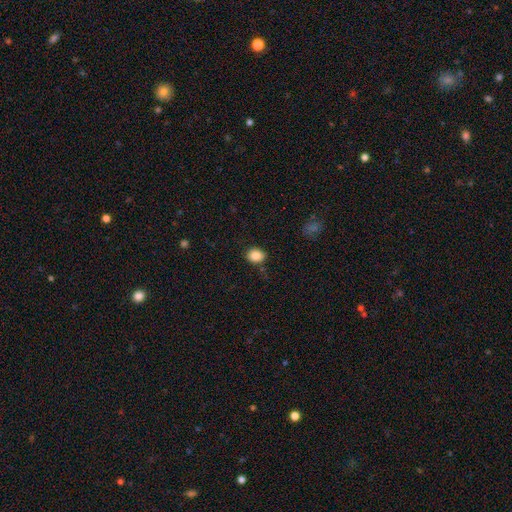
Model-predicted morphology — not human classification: type=smooth (87%); roundness=in between (51%); merging=none (82%).